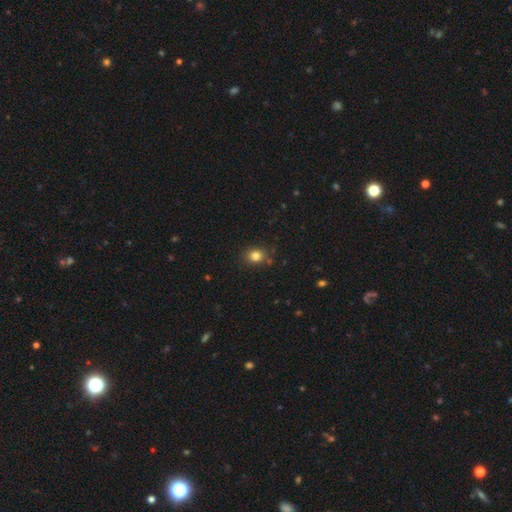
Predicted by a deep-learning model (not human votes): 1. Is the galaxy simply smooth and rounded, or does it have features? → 81% smooth, 13% star or artifact, 6% featured or disk.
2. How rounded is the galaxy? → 64% round, 35% in between, 1% cigar-shaped.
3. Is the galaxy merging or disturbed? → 80% none, 12% minor disturbance, 4% merger, 3% major disturbance.